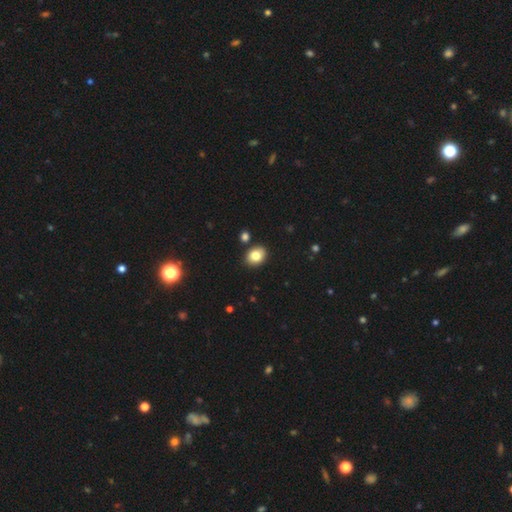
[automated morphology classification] This appears to be a smooth galaxy with no disk features (83%) that is in between round and cigar-shaped (59%). Merging: none (85%).